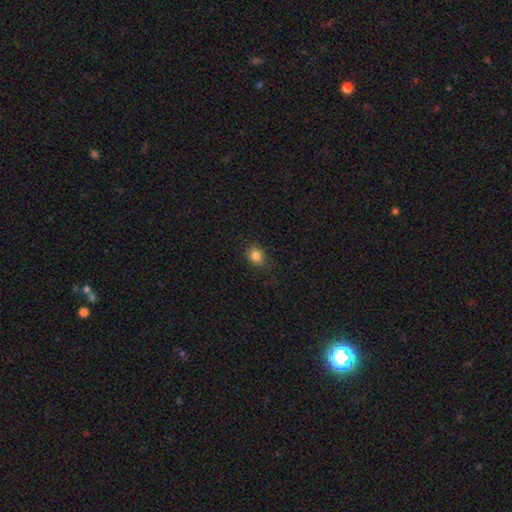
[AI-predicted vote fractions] Smooth or featured? Predicted: smooth (p=0.83). How rounded? Predicted: round (p=0.64). Merging? Predicted: none (p=0.84).